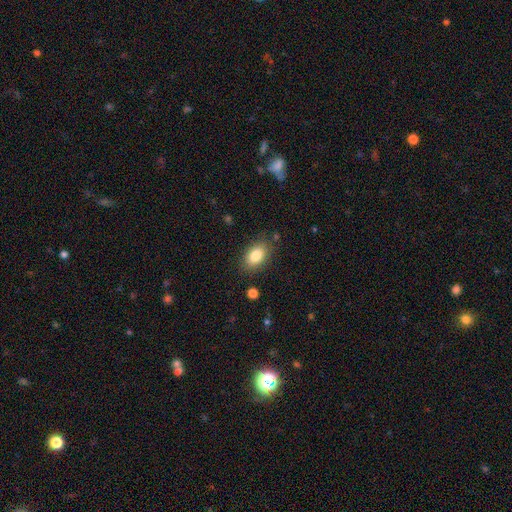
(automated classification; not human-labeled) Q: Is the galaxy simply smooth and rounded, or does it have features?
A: smooth — 84%.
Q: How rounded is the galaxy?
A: in between — 89%.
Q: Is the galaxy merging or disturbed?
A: none — 82%.